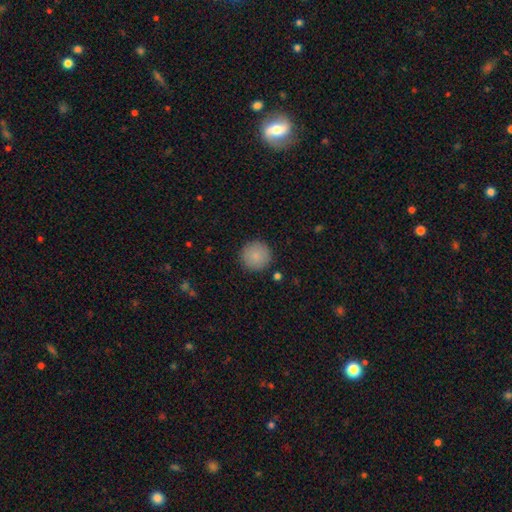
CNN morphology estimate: Smooth or featured?
  - smooth: 87% *
  - star or artifact: 7%
  - featured or disk: 6%
How rounded?
  - round: 96% *
  - in between: 3%
  - cigar-shaped: 1%
Merging?
  - none: 90% *
  - minor disturbance: 6%
  - major disturbance: 2%
  - merger: 1%